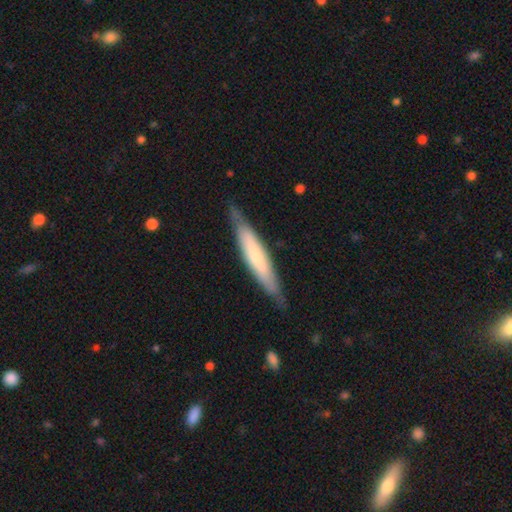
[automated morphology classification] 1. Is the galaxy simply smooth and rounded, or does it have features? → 56% smooth, 39% featured or disk, 5% star or artifact.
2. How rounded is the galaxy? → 87% cigar-shaped, 12% in between, 1% round.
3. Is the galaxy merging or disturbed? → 80% none, 15% minor disturbance, 3% major disturbance, 1% merger.